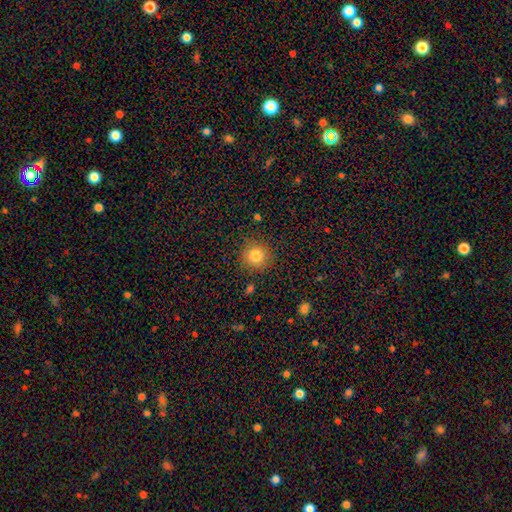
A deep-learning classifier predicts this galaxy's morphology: Smooth or featured?
  - smooth: 82% *
  - star or artifact: 11%
  - featured or disk: 7%
How rounded?
  - round: 92% *
  - in between: 7%
  - cigar-shaped: 1%
Merging?
  - none: 86% *
  - minor disturbance: 9%
  - major disturbance: 3%
  - merger: 2%